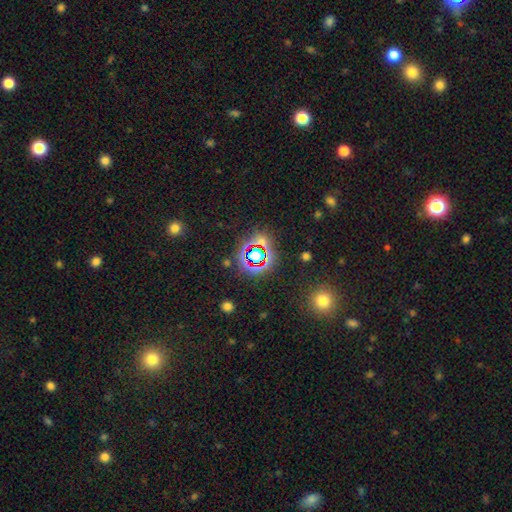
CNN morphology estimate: Smooth or featured: star or artifact — 71% (smooth — 20%)